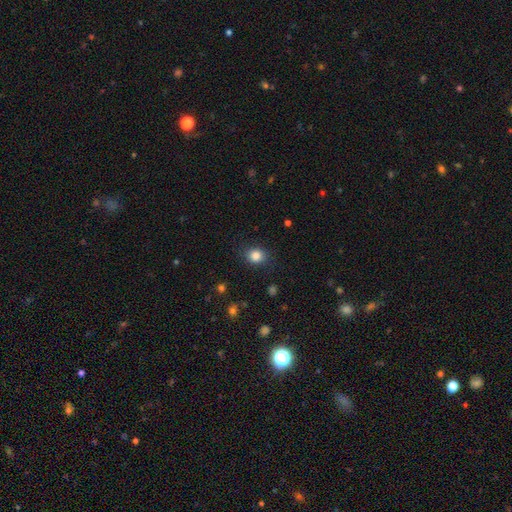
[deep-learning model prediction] Smooth or featured?
  - smooth: 85% *
  - star or artifact: 11%
  - featured or disk: 5%
How rounded?
  - round: 70% *
  - in between: 30%
  - cigar-shaped: 1%
Merging?
  - none: 85% *
  - minor disturbance: 10%
  - major disturbance: 3%
  - merger: 1%